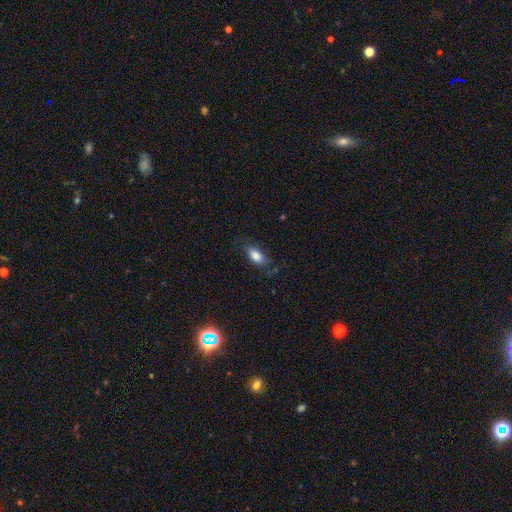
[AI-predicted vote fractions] This appears to be a smooth galaxy with no disk features (82%) that is in between round and cigar-shaped (86%). Merging: none (74%).